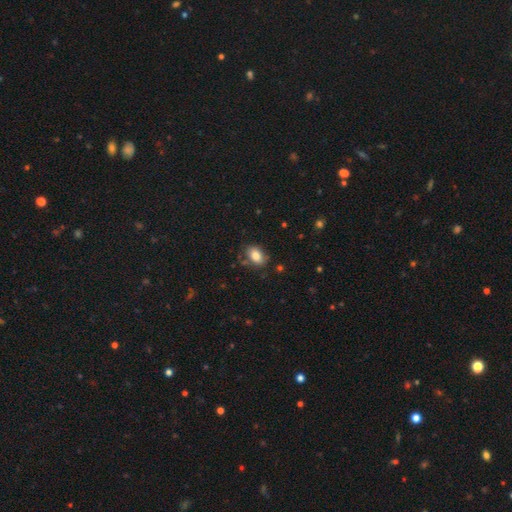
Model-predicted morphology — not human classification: smooth 82%, featured or disk 10%, star or artifact 9%. Down the decision tree: how rounded — in between (84%); merging — none (75%).